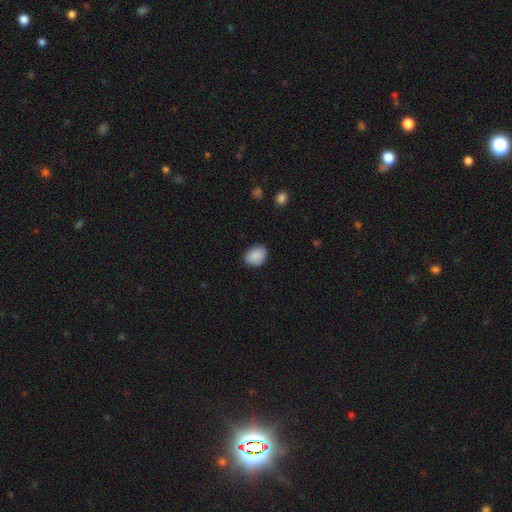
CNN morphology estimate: Smooth or featured? Predicted: smooth (p=0.88). How rounded? Predicted: in between (p=0.66). Merging? Predicted: none (p=0.79).